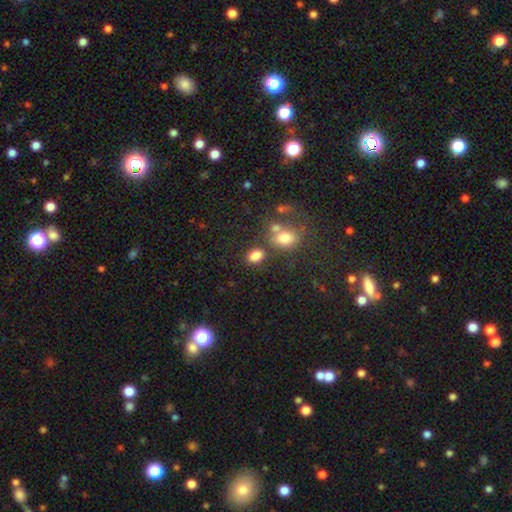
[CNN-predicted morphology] A smooth galaxy with no disk features (81%) that is in between round and cigar-shaped (81%).

Vote fractions:
- Smooth or featured? smooth: 81% / star or artifact: 12% / featured or disk: 7%
- How rounded? in between: 81% / round: 17% / cigar-shaped: 2%
- Merging? none: 63% / merger: 19% / minor disturbance: 13% / major disturbance: 5%